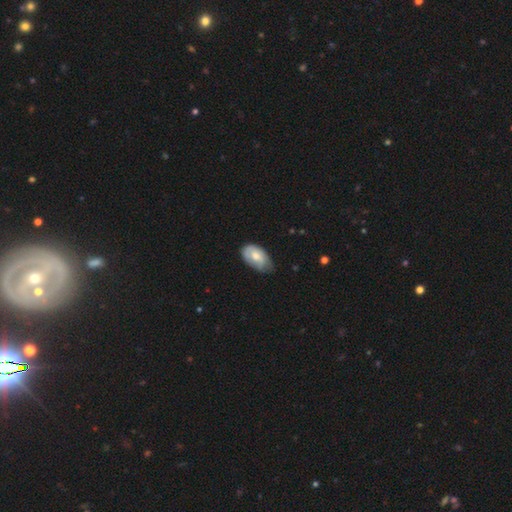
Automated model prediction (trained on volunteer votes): smooth_or_featured: smooth (p=0.67) [alt: featured or disk p=0.27]
how_rounded: in between (p=0.93) [alt: round p=0.05]
merging: none (p=0.49) [alt: minor disturbance p=0.41]